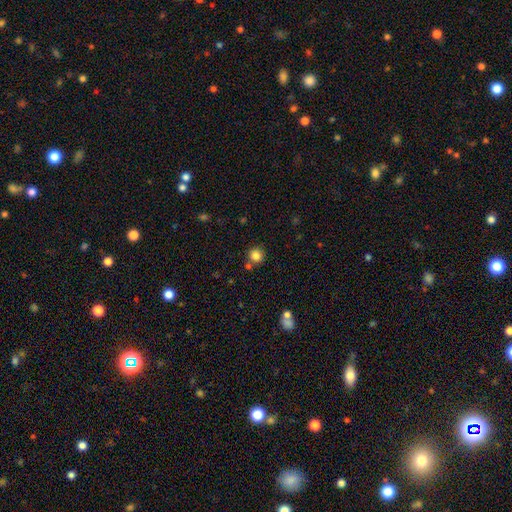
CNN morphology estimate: smooth_or_featured: smooth (p=0.84) [alt: star or artifact p=0.11]
how_rounded: round (p=0.91) [alt: in between p=0.08]
merging: none (p=0.78) [alt: merger p=0.10]